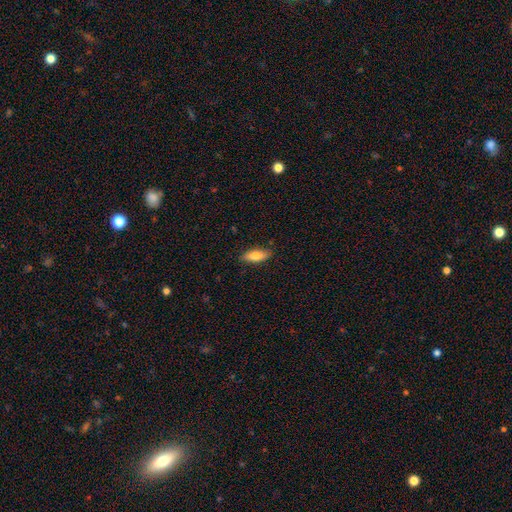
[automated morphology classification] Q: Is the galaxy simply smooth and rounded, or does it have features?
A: smooth — 78%.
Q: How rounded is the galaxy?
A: in between — 68%.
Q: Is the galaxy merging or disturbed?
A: none — 86%.